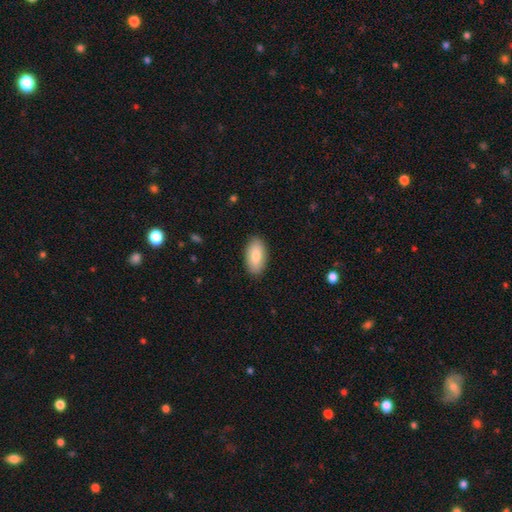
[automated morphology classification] smooth_or_featured: smooth (p=0.82) [alt: featured or disk p=0.12]
how_rounded: in between (p=0.94) [alt: cigar-shaped p=0.03]
merging: none (p=0.88) [alt: minor disturbance p=0.09]